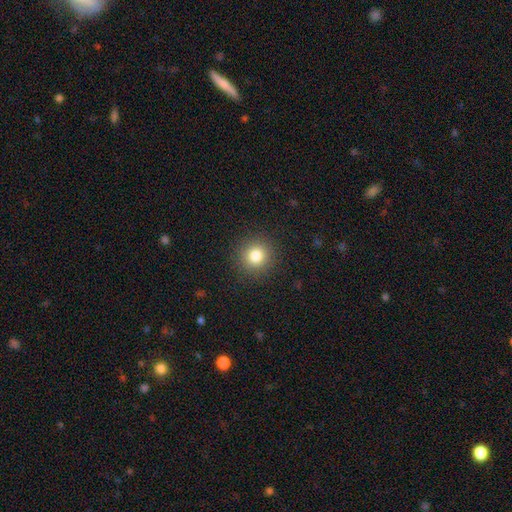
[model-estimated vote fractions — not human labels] A smooth galaxy with no disk features (81%) that is round (93%).

Vote fractions:
- Smooth or featured? smooth: 81% / star or artifact: 12% / featured or disk: 7%
- How rounded? round: 93% / in between: 6% / cigar-shaped: 1%
- Merging? none: 91% / minor disturbance: 6% / major disturbance: 3% / merger: 1%